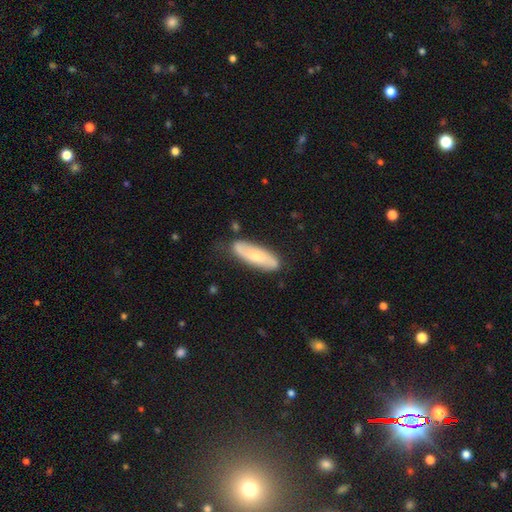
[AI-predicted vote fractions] Q: Smooth or featured?
A: smooth (54%); runner-up: featured or disk (40%)
Q: How rounded?
A: in between (50%); runner-up: cigar-shaped (48%)
Q: Merging?
A: none (76%); runner-up: minor disturbance (17%)